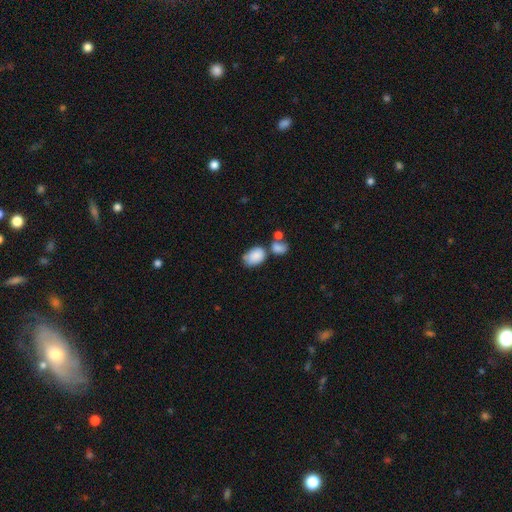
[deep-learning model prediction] Morphology: type=smooth (84%); roundness=in between (87%); merging=none (39%).